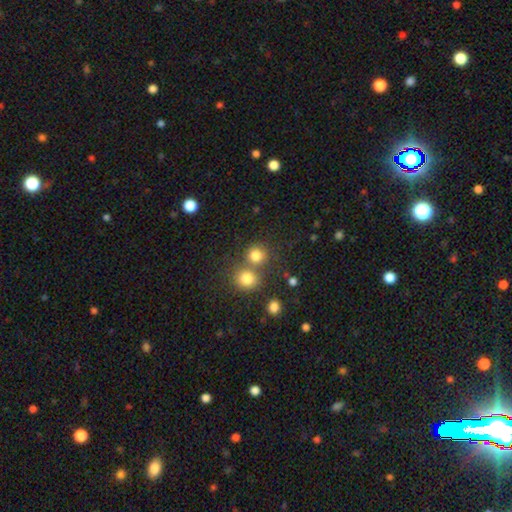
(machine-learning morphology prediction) This is clearly a smooth galaxy (80%). How rounded: clearly round (86%). Merging: possibly none (55%).